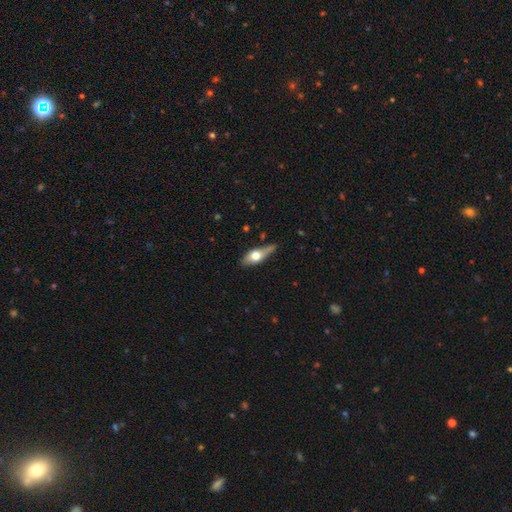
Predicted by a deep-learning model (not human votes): Smooth or featured: smooth — 49% (featured or disk — 44%)
Merging: none — 64% (minor disturbance — 25%)